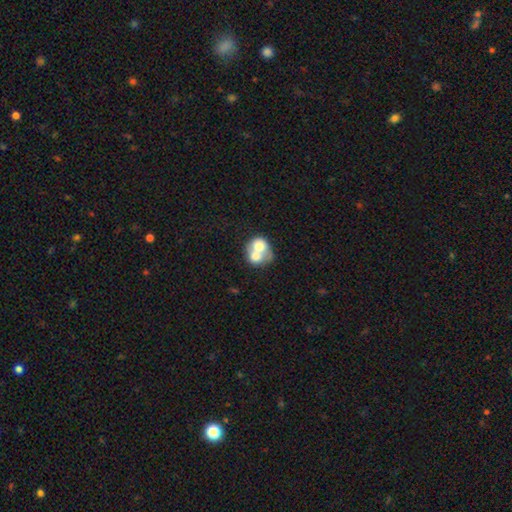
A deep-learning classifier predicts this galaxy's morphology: This appears to be a smooth galaxy with no disk features (62%) that is round (60%). Merging: merger (74%).